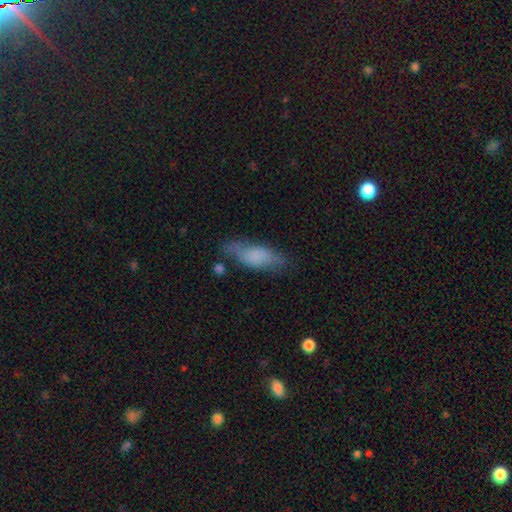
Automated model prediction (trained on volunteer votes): Smooth or featured? Predicted: smooth (p=0.69). How rounded? Predicted: in between (p=0.65). Merging? Predicted: none (p=0.56).